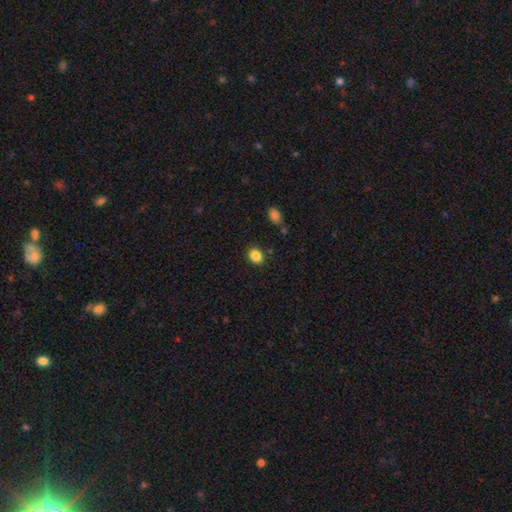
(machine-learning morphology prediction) Smooth or featured?
  - smooth: 86% *
  - star or artifact: 10%
  - featured or disk: 4%
How rounded?
  - round: 52% *
  - in between: 47%
  - cigar-shaped: 1%
Merging?
  - none: 86% *
  - minor disturbance: 9%
  - major disturbance: 3%
  - merger: 2%